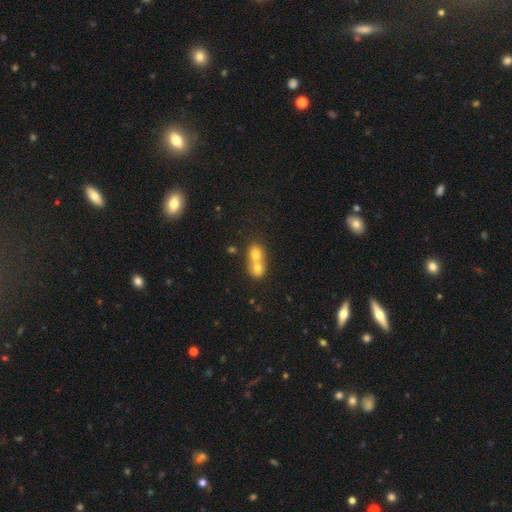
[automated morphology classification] smooth-or-featured: smooth: 69% | featured or disk: 19% | star or artifact: 12%
  how-rounded: round: 60% | in between: 38% | cigar-shaped: 1%
  merging: merger: 72% | none: 22% | minor disturbance: 5% | major disturbance: 2%